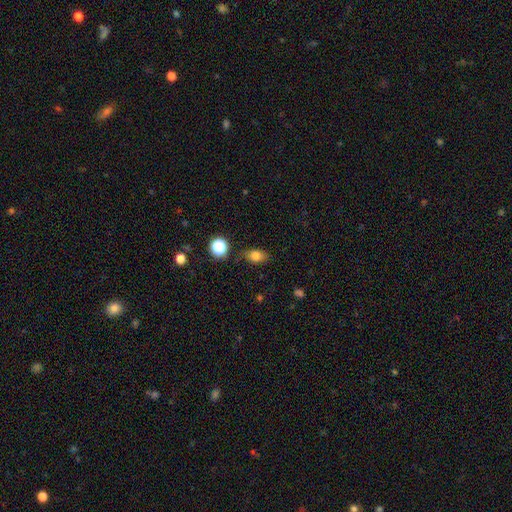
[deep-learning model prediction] This appears to be a smooth galaxy with no disk features (79%) that is in between round and cigar-shaped (78%). Merging: none (81%).